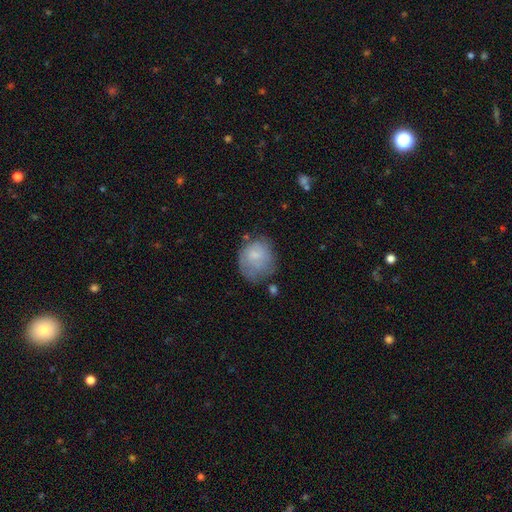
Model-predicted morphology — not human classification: smooth-or-featured: smooth: 65% | featured or disk: 26% | star or artifact: 8%
  how-rounded: round: 70% | in between: 29% | cigar-shaped: 1%
  merging: none: 47% | minor disturbance: 29% | major disturbance: 19% | merger: 5%